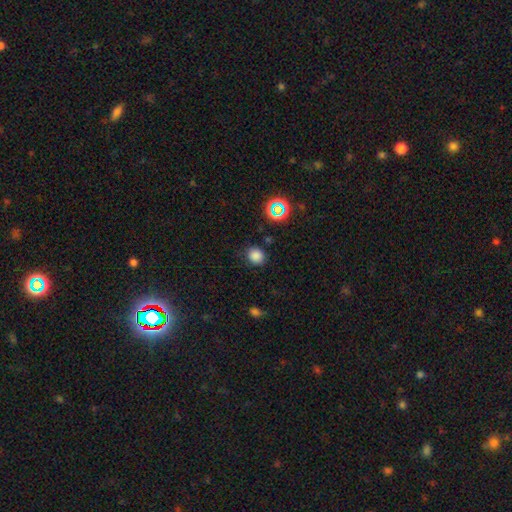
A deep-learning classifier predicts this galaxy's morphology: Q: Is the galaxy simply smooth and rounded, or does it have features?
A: smooth — 79%.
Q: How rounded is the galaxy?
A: round — 81%.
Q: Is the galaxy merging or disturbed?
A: none — 83%.